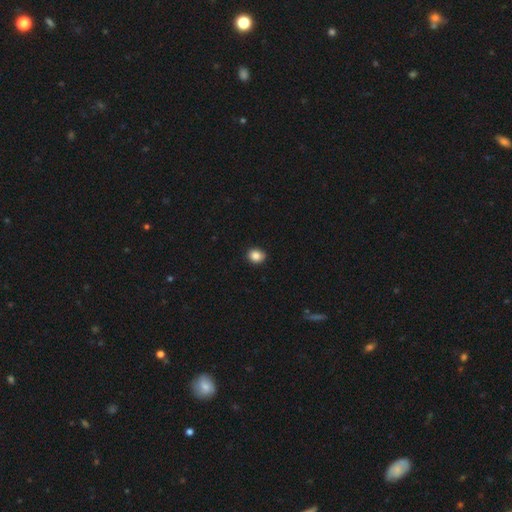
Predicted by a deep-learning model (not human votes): The model was most divided on "how rounded": round: 74%, in between: 25%, cigar-shaped: 1%. More confident: merging — none (89%); smooth or featured — smooth (86%).